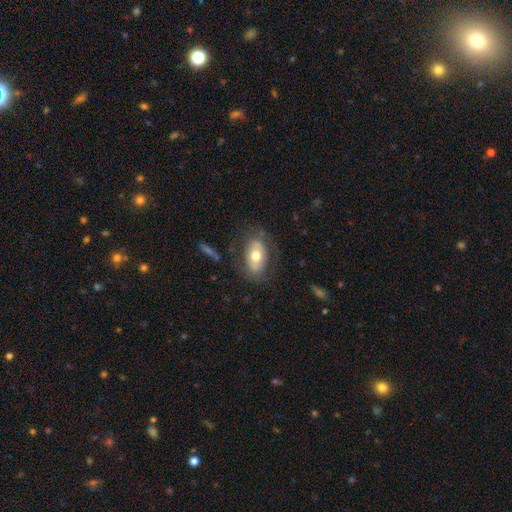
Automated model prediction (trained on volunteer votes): A smooth galaxy with no disk features (61%) that is in between round and cigar-shaped (89%).

Vote fractions:
- Smooth or featured? smooth: 61% / featured or disk: 32% / star or artifact: 7%
- How rounded? in between: 89% / round: 8% / cigar-shaped: 3%
- Merging? none: 74% / minor disturbance: 16% / major disturbance: 7% / merger: 2%